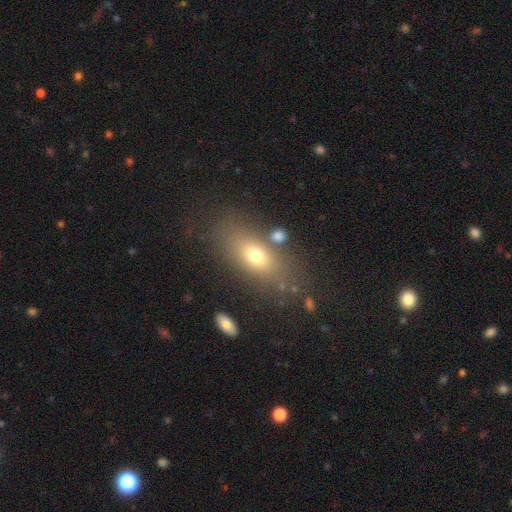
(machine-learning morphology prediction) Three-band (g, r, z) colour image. It shows a smooth galaxy with no disk features (67%) that is in between round and cigar-shaped (76%). Merging: none (72%).